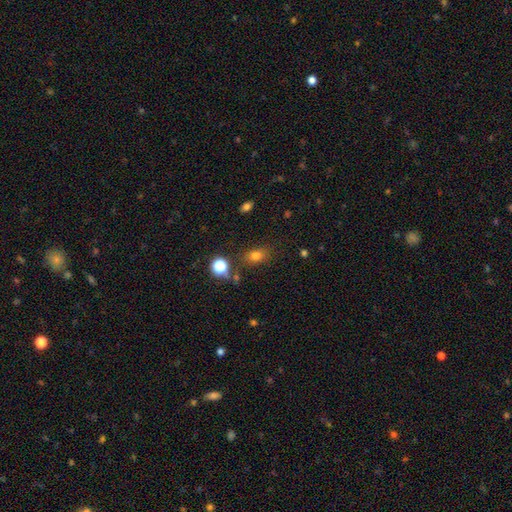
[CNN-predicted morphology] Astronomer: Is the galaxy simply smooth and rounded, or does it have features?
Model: smooth — 74%.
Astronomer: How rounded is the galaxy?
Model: in between — 67%.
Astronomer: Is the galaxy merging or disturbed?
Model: none — 75%.